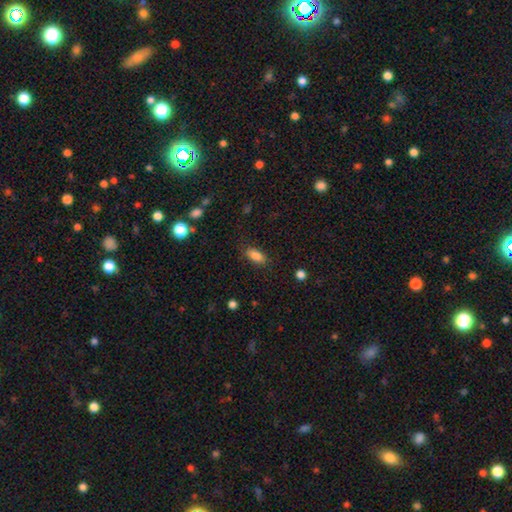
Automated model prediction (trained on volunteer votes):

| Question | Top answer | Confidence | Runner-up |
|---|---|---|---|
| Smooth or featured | smooth | 85% | star or artifact (9%) |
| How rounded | in between | 88% | cigar-shaped (8%) |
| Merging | none | 82% | minor disturbance (12%) |